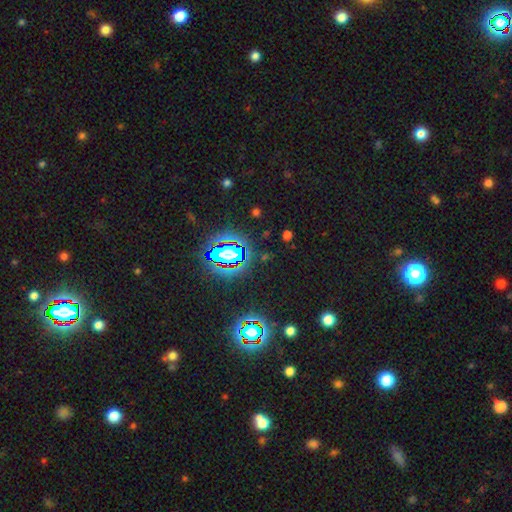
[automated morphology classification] star or artifact 77%, smooth 15%, featured or disk 8%.